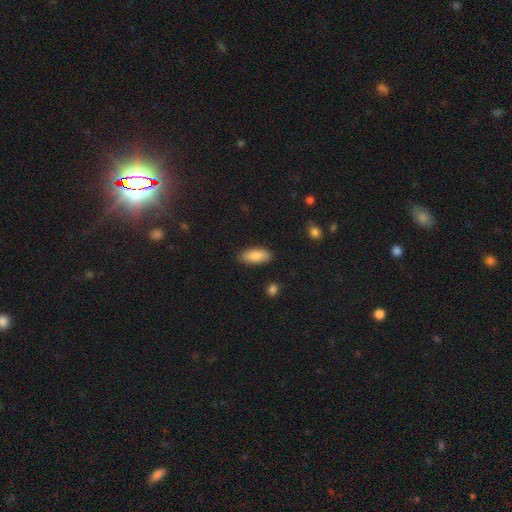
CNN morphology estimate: This is clearly a smooth galaxy (87%). How rounded: clearly in between (84%). Merging: clearly none (86%).